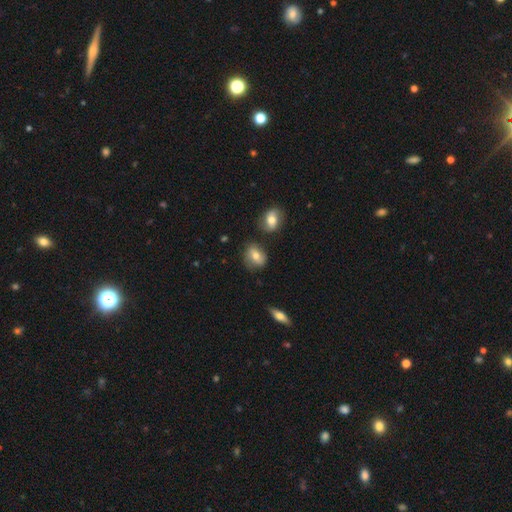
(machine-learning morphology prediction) Smooth or featured? Predicted: smooth (p=0.65). How rounded? Predicted: in between (p=0.49, tied with round). Merging? Predicted: none (p=0.72).